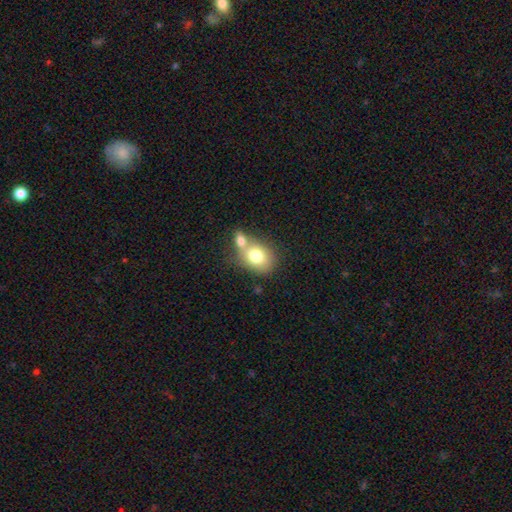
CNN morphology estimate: Smooth or featured? smooth (74%)
How rounded? in between (55%)
Merging? merger (51%)